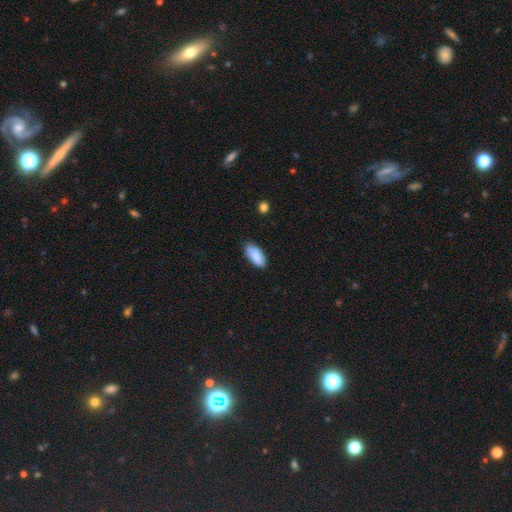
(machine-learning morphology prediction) The model was most divided on "merging": none: 85%, minor disturbance: 12%, major disturbance: 2%, merger: 1%. More confident: how rounded — in between (90%); smooth or featured — smooth (89%).